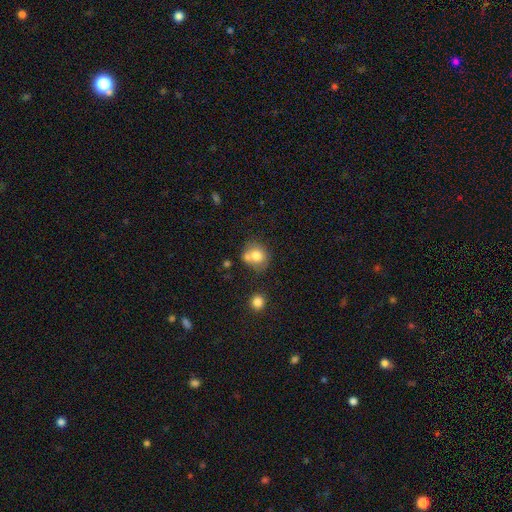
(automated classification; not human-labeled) Smooth or featured: smooth — 75% (featured or disk — 15%)
How rounded: round — 75% (in between — 25%)
Merging: none — 48% (merger — 34%)